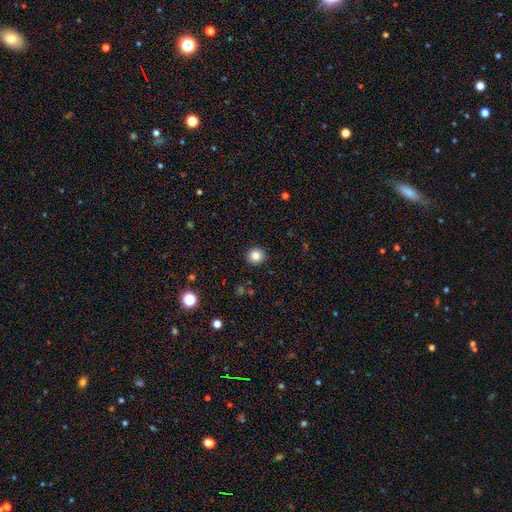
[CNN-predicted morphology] Q: Smooth or featured?
A: smooth (83%); runner-up: star or artifact (11%)
Q: How rounded?
A: round (90%); runner-up: in between (9%)
Q: Merging?
A: none (92%); runner-up: minor disturbance (5%)